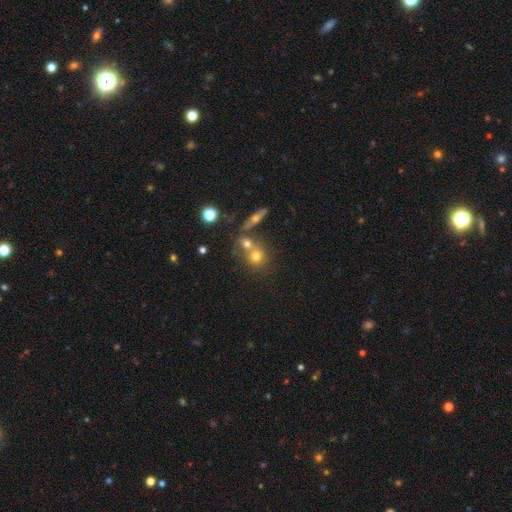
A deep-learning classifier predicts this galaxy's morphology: The model was most divided on "merging": none: 45%, merger: 43%, minor disturbance: 9%, major disturbance: 4%. More confident: how rounded — round (77%); smooth or featured — smooth (65%).